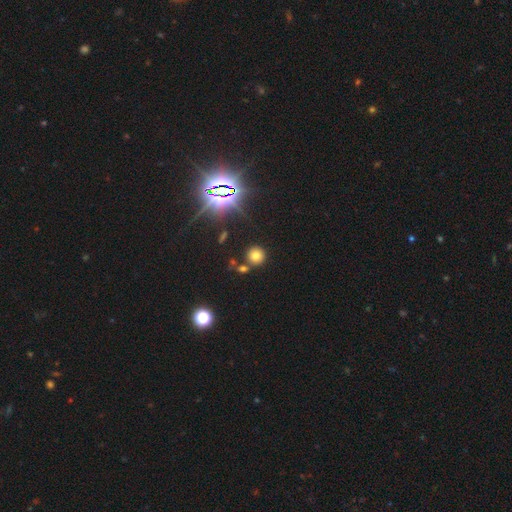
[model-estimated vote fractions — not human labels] Smooth or featured? smooth (69%)
How rounded? round (91%)
Merging? none (79%)